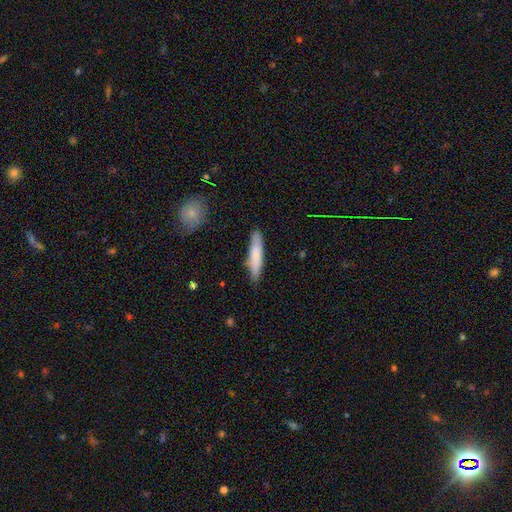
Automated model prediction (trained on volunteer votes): Smooth or featured: smooth — 77% (featured or disk — 17%)
How rounded: cigar-shaped — 86% (in between — 13%)
Merging: none — 84% (minor disturbance — 12%)